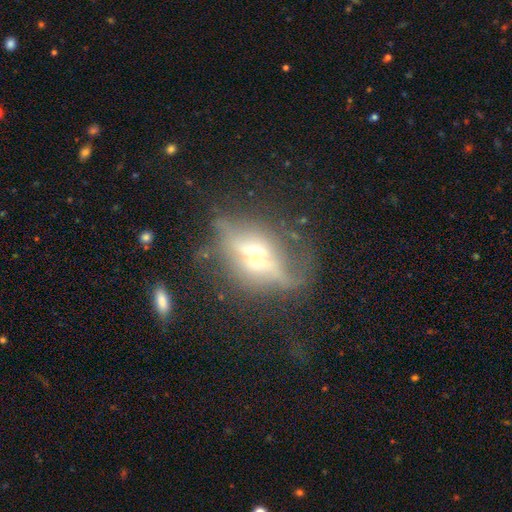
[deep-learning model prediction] This appears to be a featured or disk galaxy (75%) viewed edge-on (65%). Merging: none (51%).